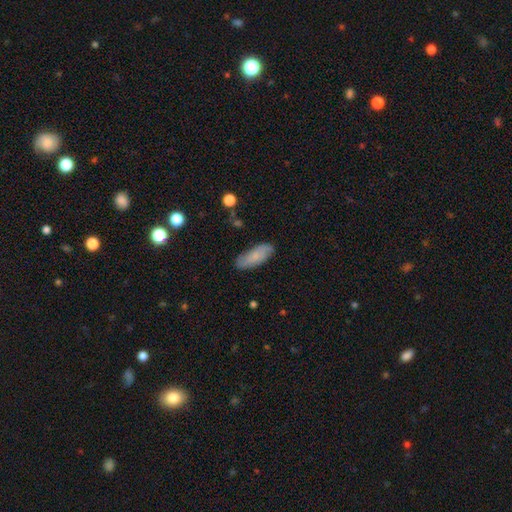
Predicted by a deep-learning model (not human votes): Smooth or featured? Predicted: smooth (p=0.67). How rounded? Predicted: in between (p=0.73). Merging? Predicted: none (p=0.83).